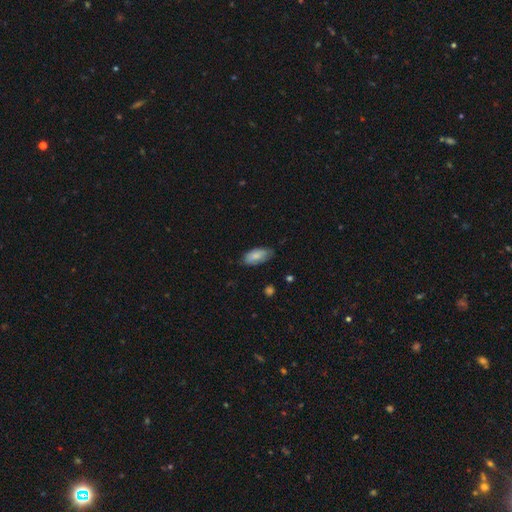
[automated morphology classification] A smooth galaxy with no disk features (80%) that is in between round and cigar-shaped (90%).

Vote fractions:
- Smooth or featured? smooth: 80% / featured or disk: 13% / star or artifact: 7%
- How rounded? in between: 90% / cigar-shaped: 8% / round: 2%
- Merging? none: 65% / minor disturbance: 29% / major disturbance: 5% / merger: 1%